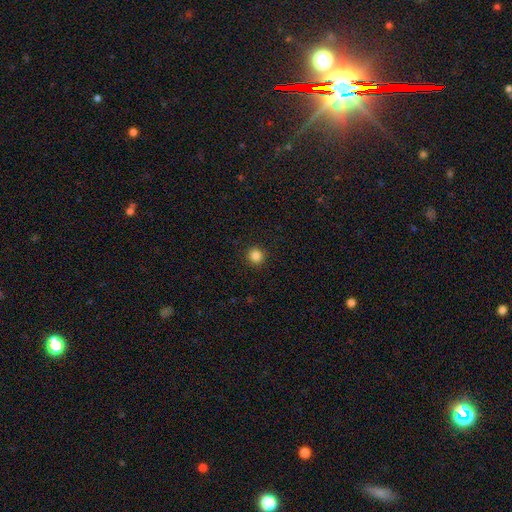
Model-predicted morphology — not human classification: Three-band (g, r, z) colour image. It shows a smooth galaxy with no disk features (86%) that is round (94%). Merging: none (92%).